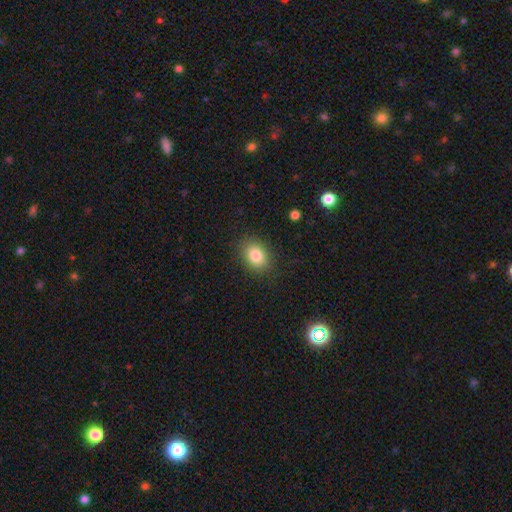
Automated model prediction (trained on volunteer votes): The model was most divided on "how rounded": in between: 64%, round: 35%, cigar-shaped: 1%. More confident: merging — none (86%); smooth or featured — smooth (83%).